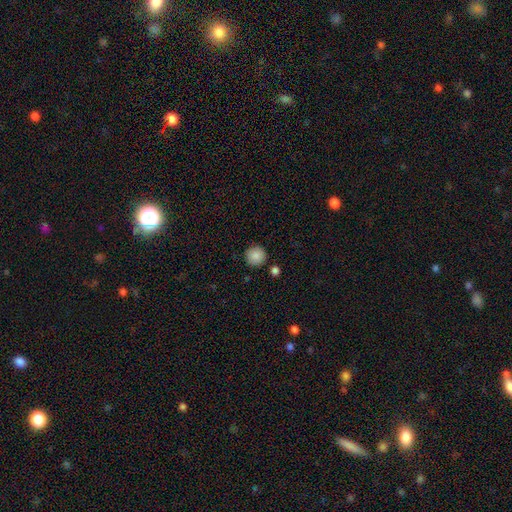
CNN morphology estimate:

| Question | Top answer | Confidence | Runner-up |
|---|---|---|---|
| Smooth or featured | smooth | 88% | star or artifact (8%) |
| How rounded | round | 95% | in between (4%) |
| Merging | none | 88% | minor disturbance (7%) |